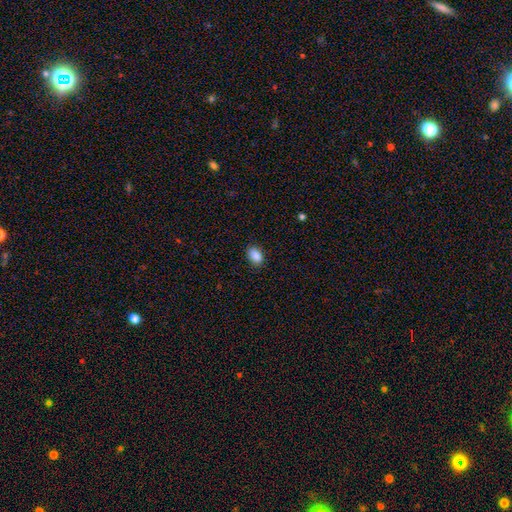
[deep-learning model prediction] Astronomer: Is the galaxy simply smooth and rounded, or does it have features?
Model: smooth — 89%.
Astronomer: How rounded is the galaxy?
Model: in between — 83%.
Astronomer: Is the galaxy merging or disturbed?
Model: none — 88%.